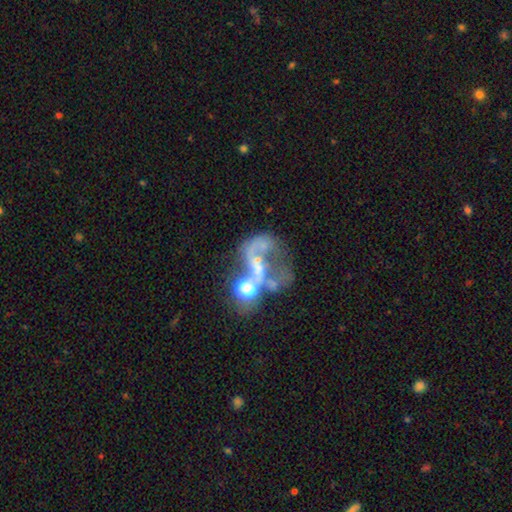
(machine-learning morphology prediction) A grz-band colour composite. It shows a featured or disk galaxy (59%) with no bar (74%), no spiral arms (62%) and no central bulge (32%). Merging: merger (42%).